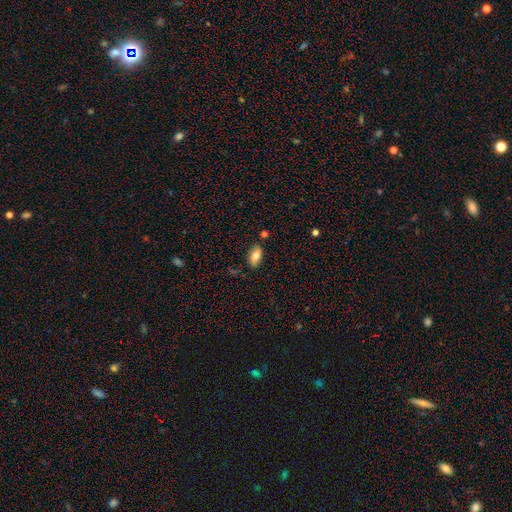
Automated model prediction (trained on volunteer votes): smooth-or-featured: smooth: 79% | featured or disk: 14% | star or artifact: 8%
  how-rounded: in between: 90% | cigar-shaped: 6% | round: 4%
  merging: none: 79% | minor disturbance: 15% | merger: 3% | major disturbance: 3%